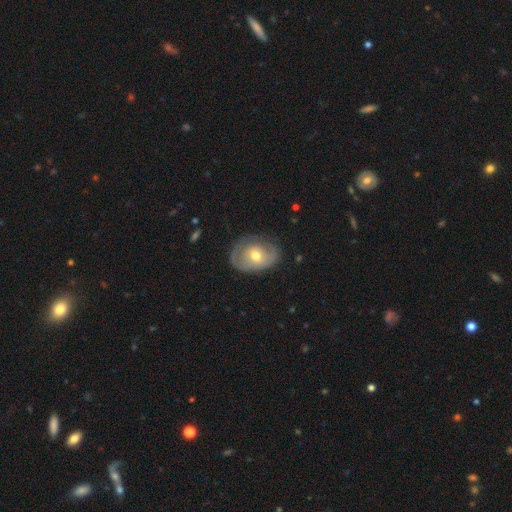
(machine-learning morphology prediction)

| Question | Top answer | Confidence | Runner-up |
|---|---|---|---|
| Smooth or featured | featured or disk | 63% | smooth (31%) |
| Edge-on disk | no | 95% | yes (5%) |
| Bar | no | 73% | weak (21%) |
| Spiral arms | yes | 67% | no (33%) |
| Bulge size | moderate | 69% | small (25%) |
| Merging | none | 67% | minor disturbance (23%) |